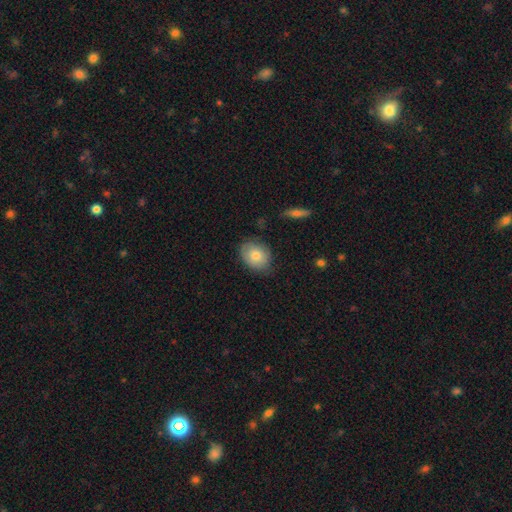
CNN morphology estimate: smooth_or_featured: smooth (p=0.78) [alt: featured or disk p=0.15]
how_rounded: in between (p=0.67) [alt: round p=0.32]
merging: none (p=0.76) [alt: minor disturbance p=0.19]